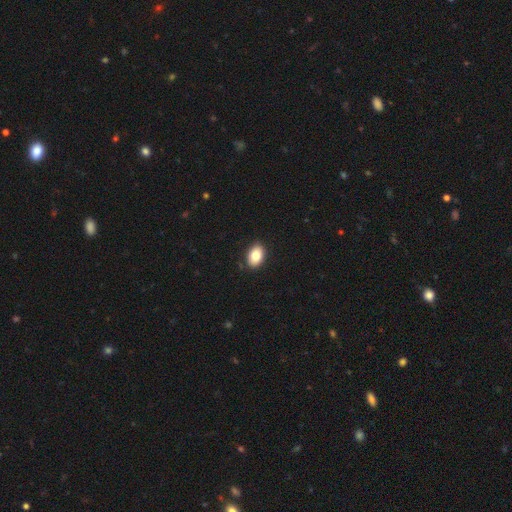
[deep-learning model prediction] smooth_or_featured: smooth (p=0.82) [alt: featured or disk p=0.10]
how_rounded: in between (p=0.86) [alt: round p=0.13]
merging: none (p=0.87) [alt: minor disturbance p=0.10]